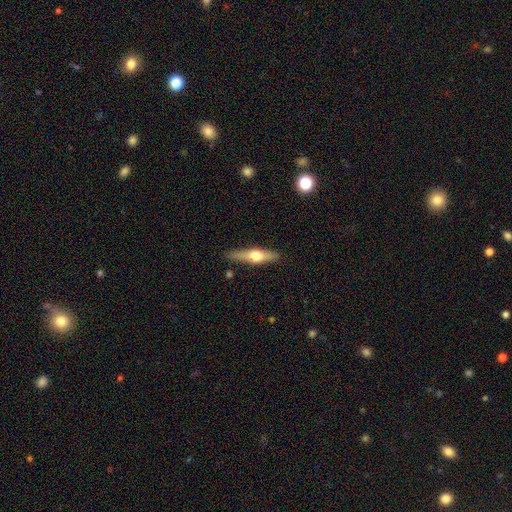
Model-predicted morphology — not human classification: featured or disk 57%, smooth 37%, star or artifact 5%. Down the decision tree: edge-on disk — yes (94%); edge-on bulge — rounded (95%); merging — none (85%).